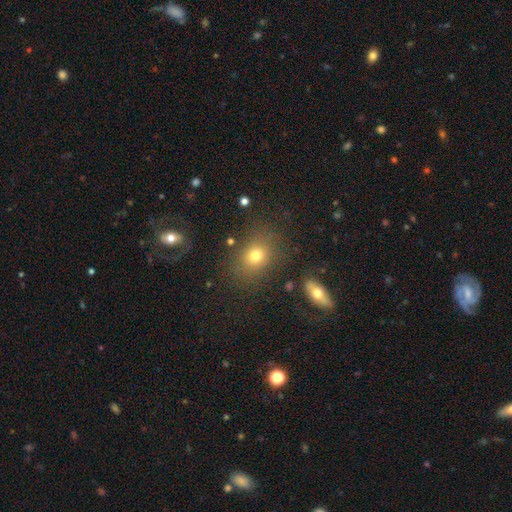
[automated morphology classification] The model was most divided on "how rounded": in between: 51%, round: 48%, cigar-shaped: 1%. More confident: merging — none (78%); smooth or featured — smooth (73%).